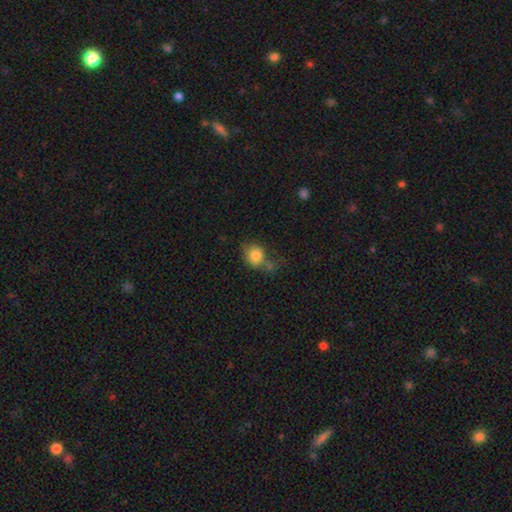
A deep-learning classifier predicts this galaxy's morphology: A smooth galaxy with no disk features (82%) that is round (68%).

Vote fractions:
- Smooth or featured? smooth: 82% / star or artifact: 9% / featured or disk: 9%
- How rounded? round: 68% / in between: 30% / cigar-shaped: 1%
- Merging? none: 44% / merger: 23% / minor disturbance: 22% / major disturbance: 12%